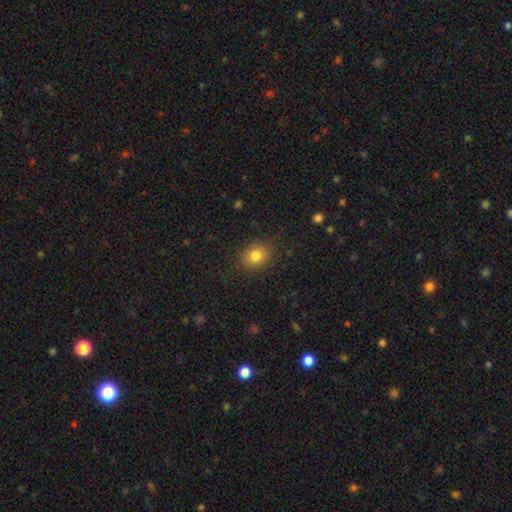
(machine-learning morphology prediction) A smooth galaxy with no disk features (82%) that is round (60%). Merging: none (84%).